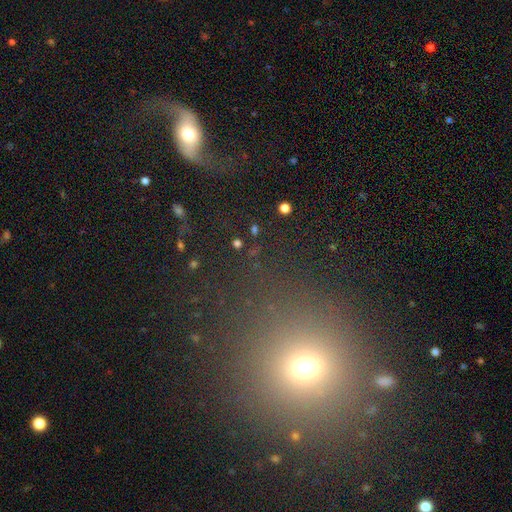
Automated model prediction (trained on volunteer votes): Smooth or featured? Predicted: featured or disk (p=0.39). Merging? Predicted: none (p=0.67).